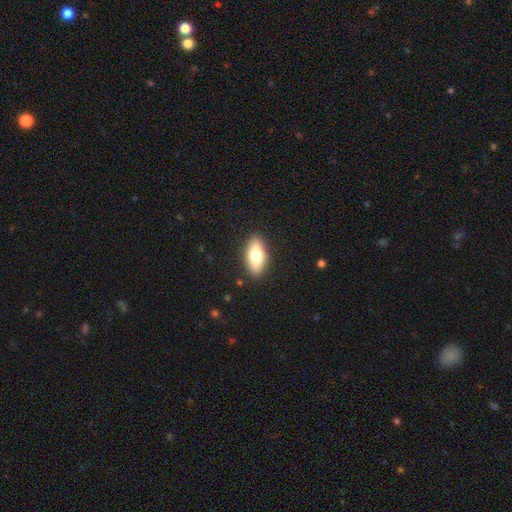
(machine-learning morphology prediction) The model was most divided on "smooth or featured": smooth: 74%, featured or disk: 19%, star or artifact: 7%. More confident: merging — none (88%); how rounded — in between (88%).